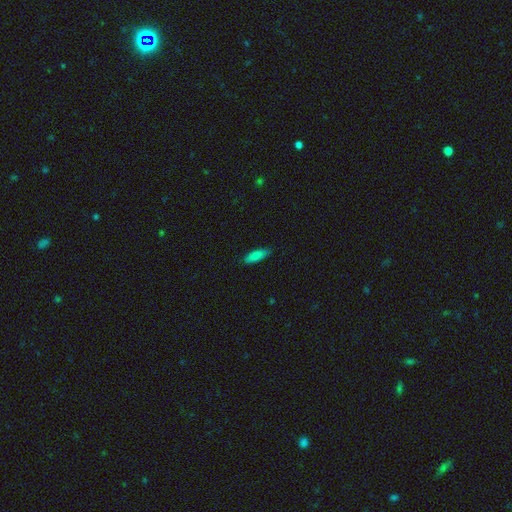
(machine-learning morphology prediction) The model was most divided on "how rounded": in between: 50%, cigar-shaped: 49%, round: 2%. More confident: merging — none (84%); smooth or featured — smooth (83%).